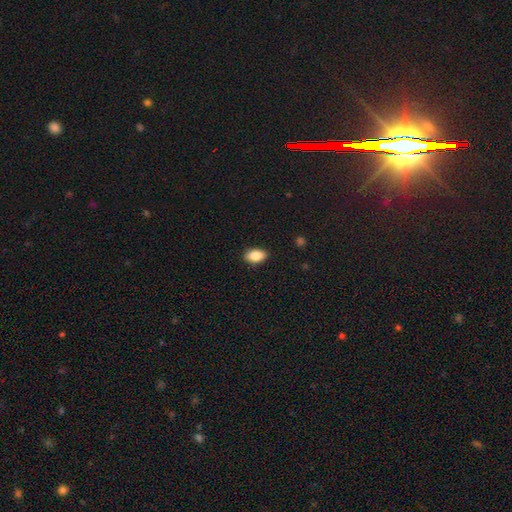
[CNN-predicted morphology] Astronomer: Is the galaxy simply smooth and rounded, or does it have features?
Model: smooth — 87%.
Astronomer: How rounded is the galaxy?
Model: in between — 91%.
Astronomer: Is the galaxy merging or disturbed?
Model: none — 88%.